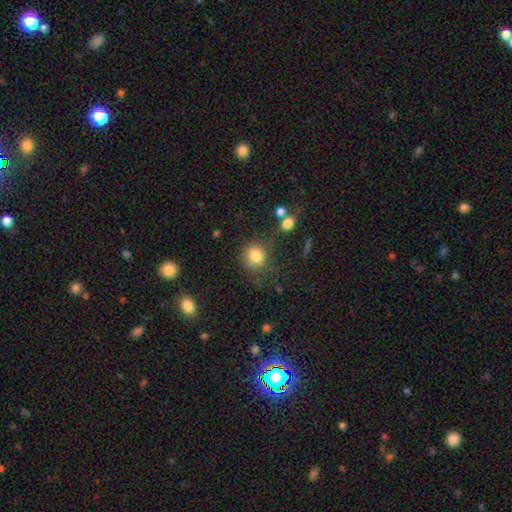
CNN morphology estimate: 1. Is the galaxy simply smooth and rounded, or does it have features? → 82% smooth, 11% star or artifact, 7% featured or disk.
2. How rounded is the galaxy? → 83% round, 16% in between, 1% cigar-shaped.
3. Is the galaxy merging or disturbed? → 68% none, 17% minor disturbance, 9% major disturbance, 6% merger.